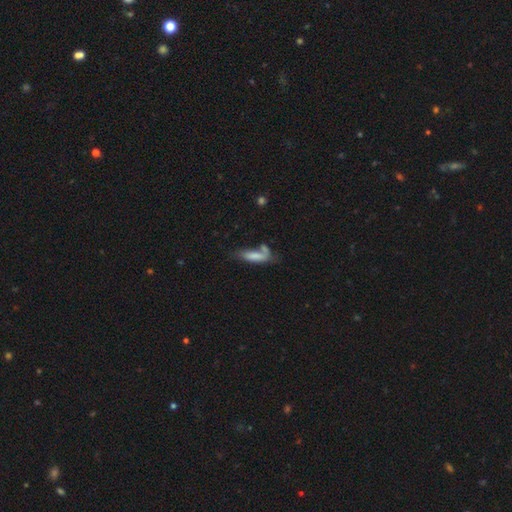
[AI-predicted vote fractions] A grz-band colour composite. It shows a smooth galaxy with no disk features (74%) that is in between round and cigar-shaped (50%). Merging: none (38%).